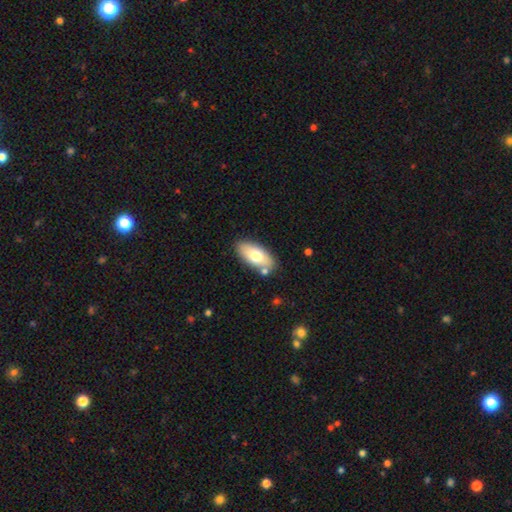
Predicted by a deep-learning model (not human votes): Overall: smooth (70%). How rounded: in between (90%). Merging: none (79%).